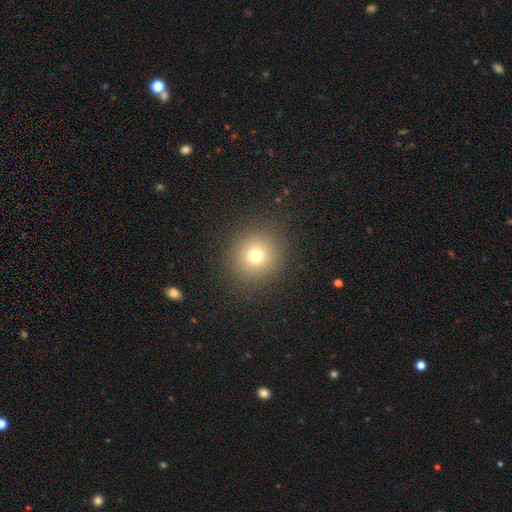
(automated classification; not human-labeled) Q: Smooth or featured?
A: smooth (73%); runner-up: star or artifact (17%)
Q: How rounded?
A: round (90%); runner-up: in between (9%)
Q: Merging?
A: none (89%); runner-up: minor disturbance (7%)